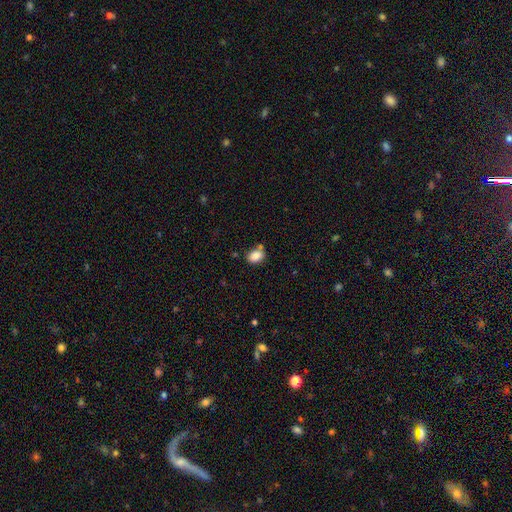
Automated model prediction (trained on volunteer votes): This appears to be a smooth galaxy with no disk features (85%) that is in between round and cigar-shaped (78%). Merging: none (65%).